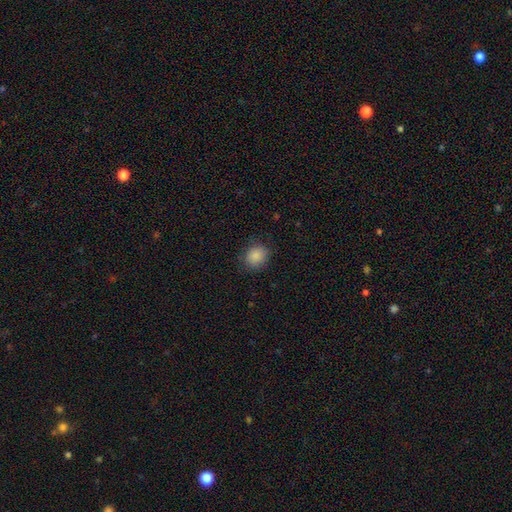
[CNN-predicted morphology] The model was most divided on "how rounded": round: 74%, in between: 25%, cigar-shaped: 1%. More confident: smooth or featured — smooth (87%); merging — none (83%).